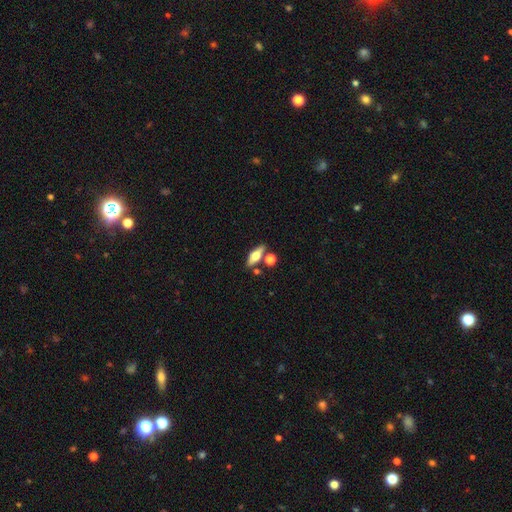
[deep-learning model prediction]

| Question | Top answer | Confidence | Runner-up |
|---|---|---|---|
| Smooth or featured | smooth | 50% | featured or disk (42%) |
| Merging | none | 73% | merger (14%) |